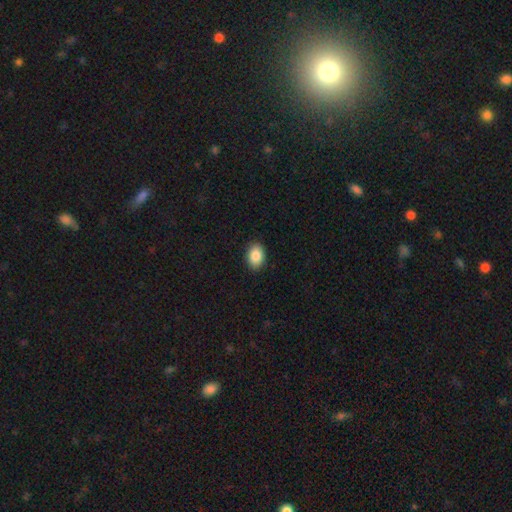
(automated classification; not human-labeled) The model was most divided on "how rounded": in between: 82%, round: 17%, cigar-shaped: 1%. More confident: merging — none (89%); smooth or featured — smooth (87%).